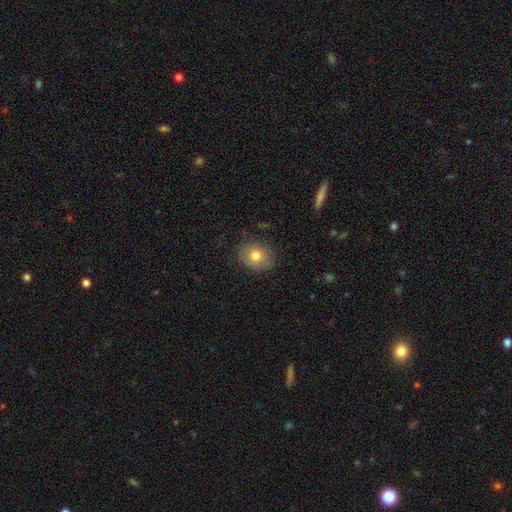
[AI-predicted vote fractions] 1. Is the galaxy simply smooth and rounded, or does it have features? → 76% smooth, 15% featured or disk, 9% star or artifact.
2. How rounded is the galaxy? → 63% round, 36% in between, 1% cigar-shaped.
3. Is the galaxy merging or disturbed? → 79% none, 16% minor disturbance, 4% major disturbance, 1% merger.